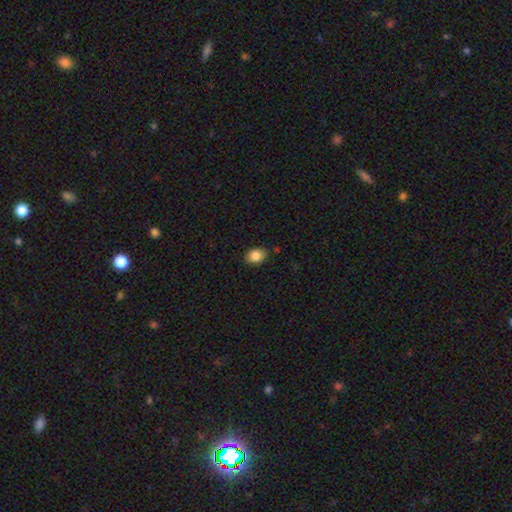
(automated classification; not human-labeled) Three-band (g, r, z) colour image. It shows a smooth galaxy with no disk features (86%) that is in between round and cigar-shaped (67%). Merging: none (84%).